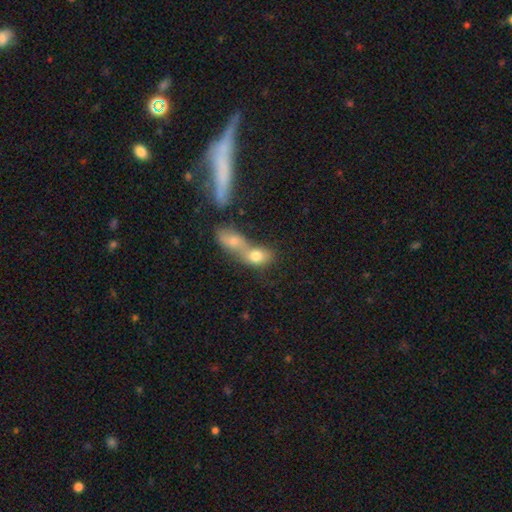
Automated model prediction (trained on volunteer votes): Smooth or featured? smooth (74%)
How rounded? in between (69%)
Merging? merger (70%)